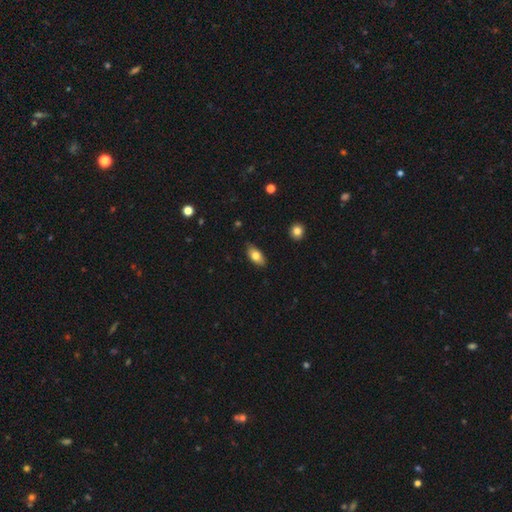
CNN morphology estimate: Smooth or featured: smooth — 76% (featured or disk — 16%)
How rounded: in between — 89% (cigar-shaped — 7%)
Merging: none — 82% (minor disturbance — 14%)